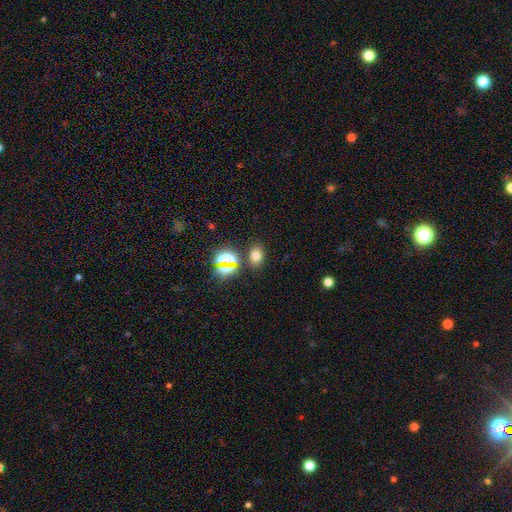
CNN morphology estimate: Smooth or featured? Predicted: smooth (p=0.68). How rounded? Predicted: in between (p=0.64). Merging? Predicted: none (p=0.79).